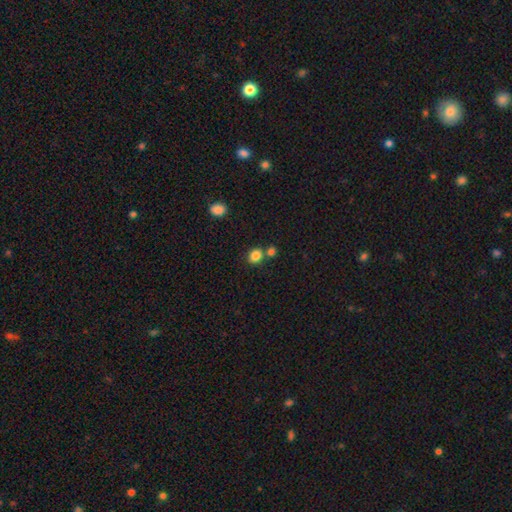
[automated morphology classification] Q: Smooth or featured?
A: smooth (85%); runner-up: star or artifact (10%)
Q: How rounded?
A: round (59%); runner-up: in between (40%)
Q: Merging?
A: none (61%); runner-up: merger (26%)